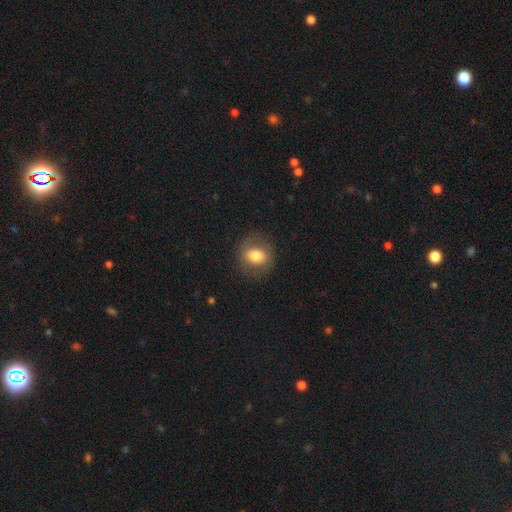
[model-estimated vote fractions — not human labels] Smooth or featured? smooth (72%)
How rounded? round (56%)
Merging? none (82%)